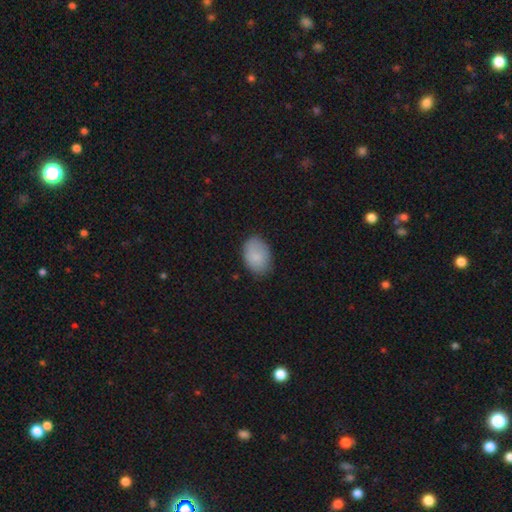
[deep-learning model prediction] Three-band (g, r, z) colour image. It shows a smooth galaxy with no disk features (85%) that is in between round and cigar-shaped (83%). Merging: none (80%).